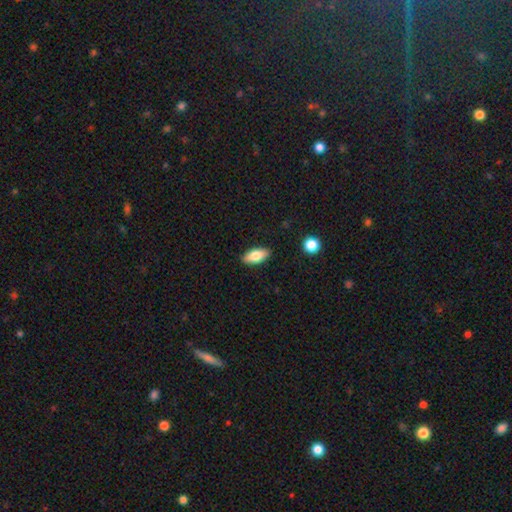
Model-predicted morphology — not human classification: smooth 76%, featured or disk 17%, star or artifact 7%. Down the decision tree: how rounded — in between (87%); merging — none (88%).